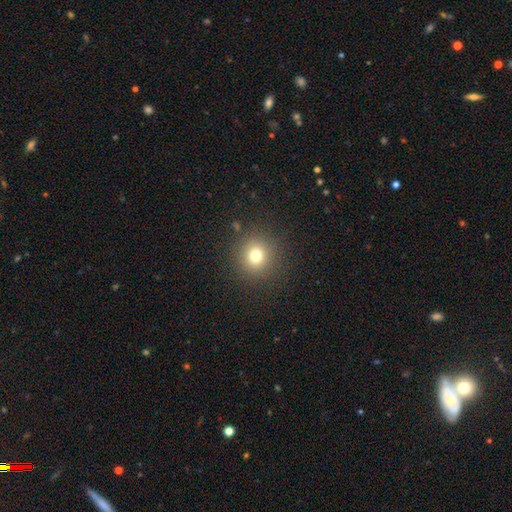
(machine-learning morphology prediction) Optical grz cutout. It shows a smooth galaxy with no disk features (75%) that is round (93%). Merging: none (89%).